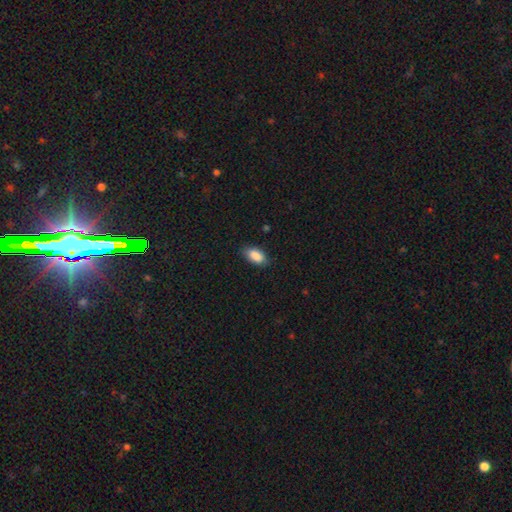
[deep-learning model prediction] The model was most divided on "merging": none: 82%, minor disturbance: 14%, major disturbance: 3%, merger: 1%. More confident: how rounded — in between (92%); smooth or featured — smooth (88%).